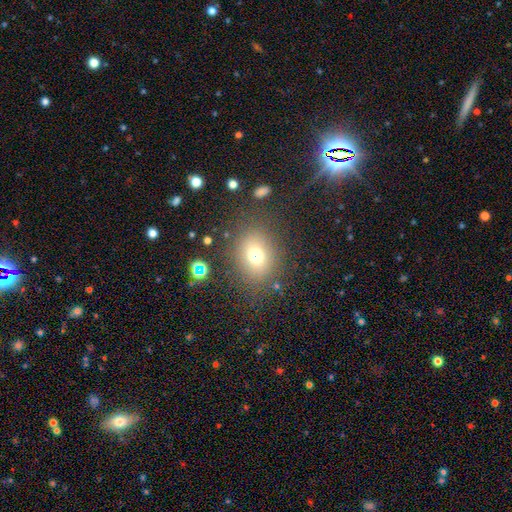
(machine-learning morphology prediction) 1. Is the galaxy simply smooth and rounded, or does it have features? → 68% smooth, 17% star or artifact, 15% featured or disk.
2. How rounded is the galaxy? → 54% round, 45% in between, 1% cigar-shaped.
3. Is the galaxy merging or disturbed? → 66% none, 14% merger, 13% minor disturbance, 7% major disturbance.